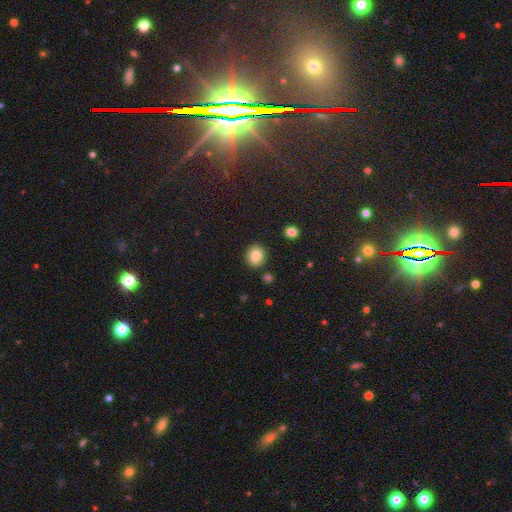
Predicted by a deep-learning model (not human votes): This is clearly a smooth galaxy (83%). How rounded: likely round (73%). Merging: clearly none (88%).